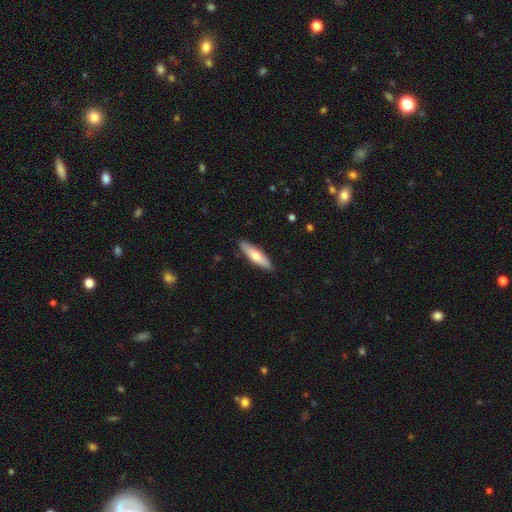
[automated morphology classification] type=smooth (67%); roundness=cigar-shaped (61%); merging=none (88%).